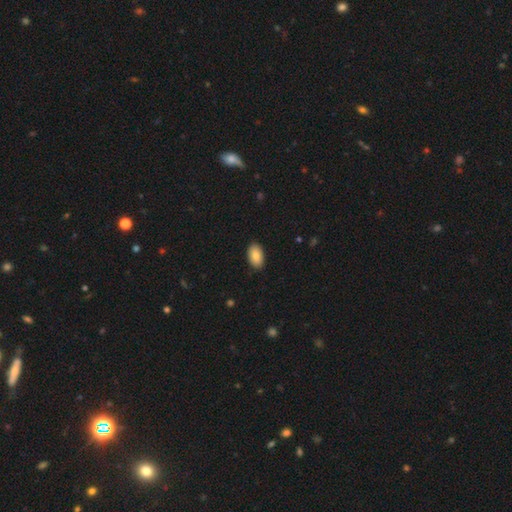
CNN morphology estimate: smooth-or-featured: smooth: 85% | featured or disk: 9% | star or artifact: 7%
  how-rounded: in between: 94% | round: 4% | cigar-shaped: 1%
  merging: none: 89% | minor disturbance: 9% | major disturbance: 2% | merger: 1%